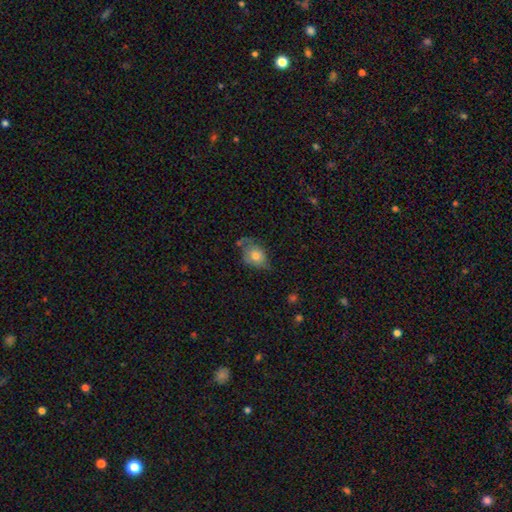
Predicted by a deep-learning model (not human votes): Smooth or featured? smooth (69%)
How rounded? in between (68%)
Merging? none (40%)